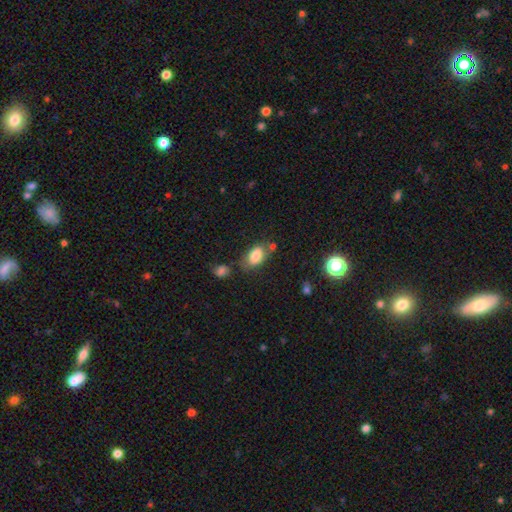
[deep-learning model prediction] Overall: smooth (82%). How rounded: in between (88%). Merging: none (61%).